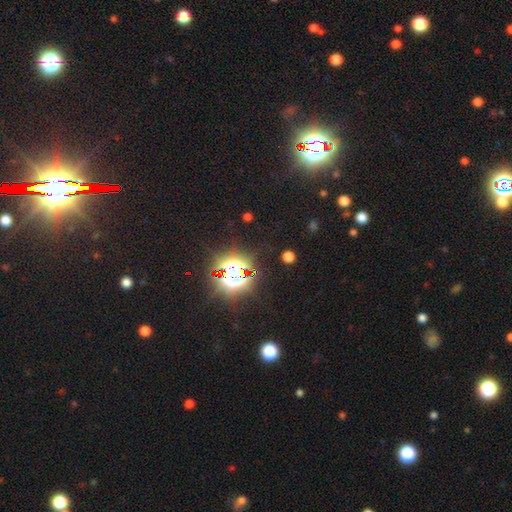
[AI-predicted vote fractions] smooth-or-featured: star or artifact: 80% | smooth: 12% | featured or disk: 8%